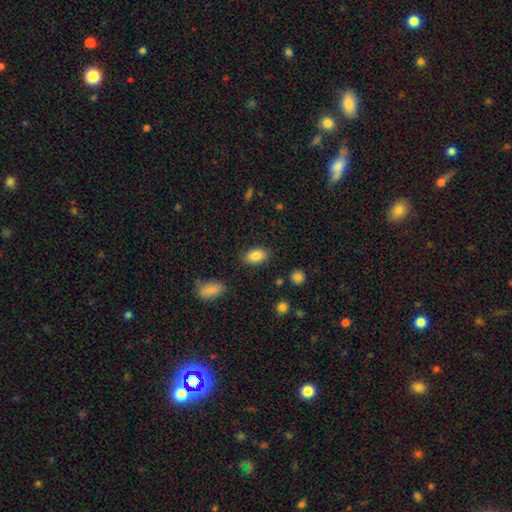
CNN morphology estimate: Smooth or featured? smooth (86%)
How rounded? in between (91%)
Merging? none (85%)